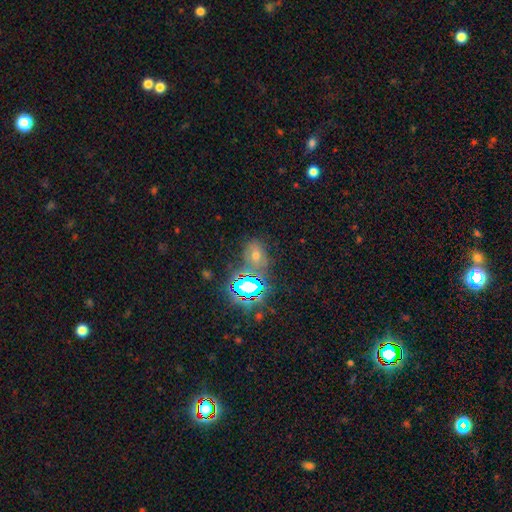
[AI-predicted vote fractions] smooth-or-featured: star or artifact: 51% | smooth: 33% | featured or disk: 16%